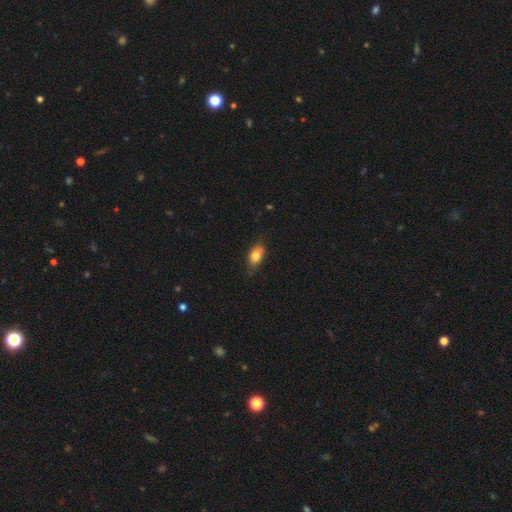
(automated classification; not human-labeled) Morphology: type=smooth (80%); roundness=in between (86%); merging=none (70%).